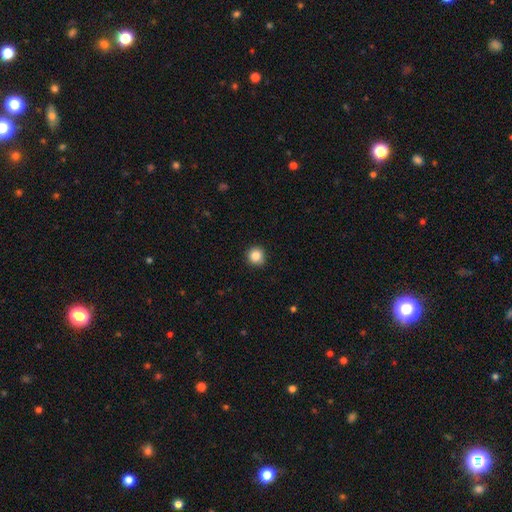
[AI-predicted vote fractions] smooth_or_featured: smooth (p=0.86) [alt: star or artifact p=0.10]
how_rounded: round (p=0.94) [alt: in between p=0.05]
merging: none (p=0.91) [alt: minor disturbance p=0.07]